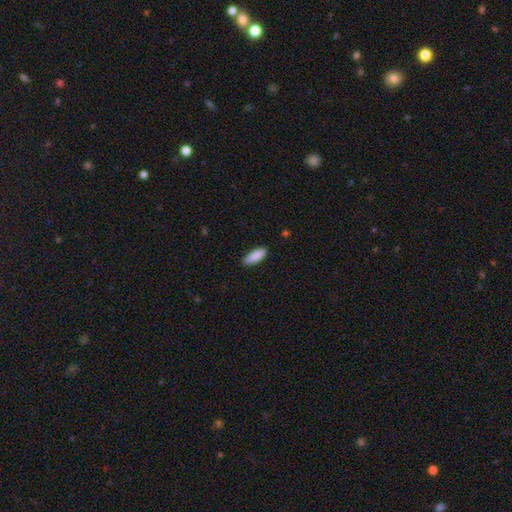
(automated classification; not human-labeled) Q: Smooth or featured?
A: smooth (89%); runner-up: star or artifact (6%)
Q: How rounded?
A: in between (62%); runner-up: cigar-shaped (36%)
Q: Merging?
A: none (87%); runner-up: minor disturbance (10%)